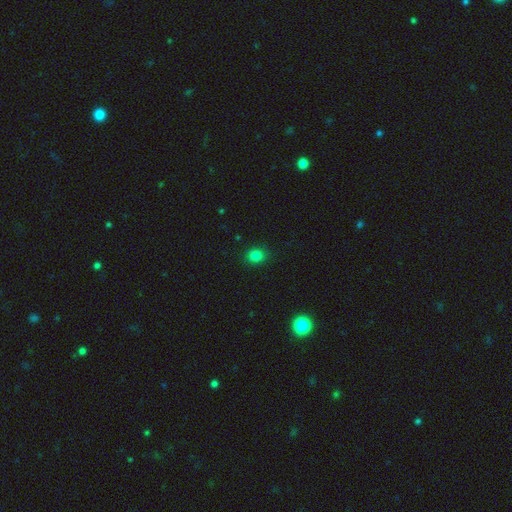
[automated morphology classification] Smooth or featured? Predicted: smooth (p=0.81). How rounded? Predicted: round (p=0.67). Merging? Predicted: none (p=0.89).